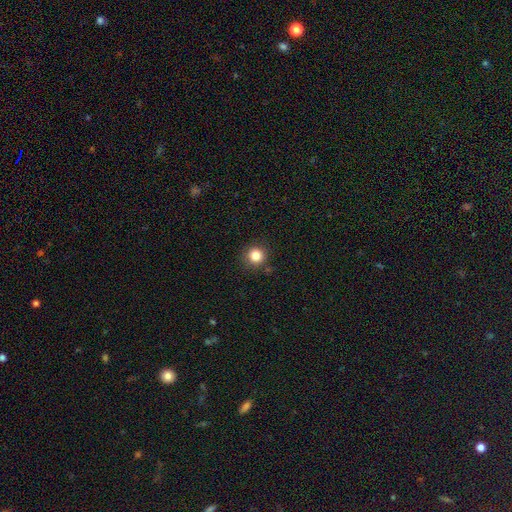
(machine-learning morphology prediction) Q: Smooth or featured?
A: smooth (83%); runner-up: star or artifact (12%)
Q: How rounded?
A: round (94%); runner-up: in between (5%)
Q: Merging?
A: none (89%); runner-up: minor disturbance (7%)